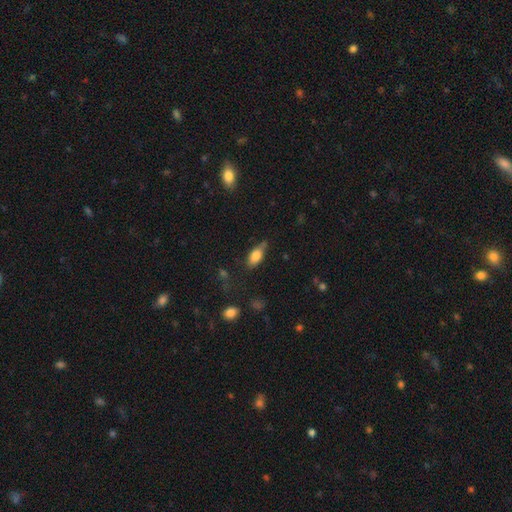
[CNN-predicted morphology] A smooth galaxy with no disk features (76%) that is in between round and cigar-shaped (84%).

Vote fractions:
- Smooth or featured? smooth: 76% / featured or disk: 16% / star or artifact: 8%
- How rounded? in between: 84% / cigar-shaped: 12% / round: 4%
- Merging? none: 58% / minor disturbance: 31% / major disturbance: 8% / merger: 3%